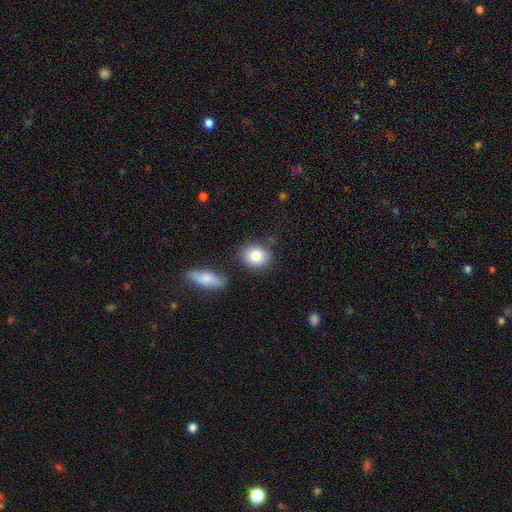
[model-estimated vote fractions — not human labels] smooth-or-featured: smooth: 83% | featured or disk: 9% | star or artifact: 8%
  how-rounded: round: 68% | in between: 30% | cigar-shaped: 2%
  merging: none: 81% | minor disturbance: 10% | merger: 6% | major disturbance: 3%